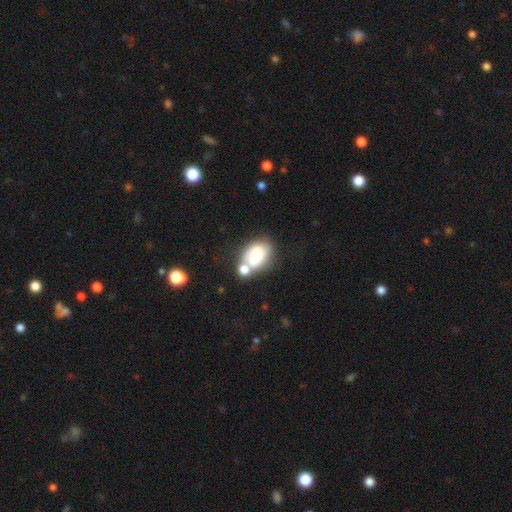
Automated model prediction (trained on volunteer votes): Smooth or featured?
  - smooth: 71% *
  - featured or disk: 20%
  - star or artifact: 9%
How rounded?
  - in between: 83% *
  - round: 16%
  - cigar-shaped: 1%
Merging?
  - merger: 40% *
  - none: 35%
  - minor disturbance: 17%
  - major disturbance: 8%